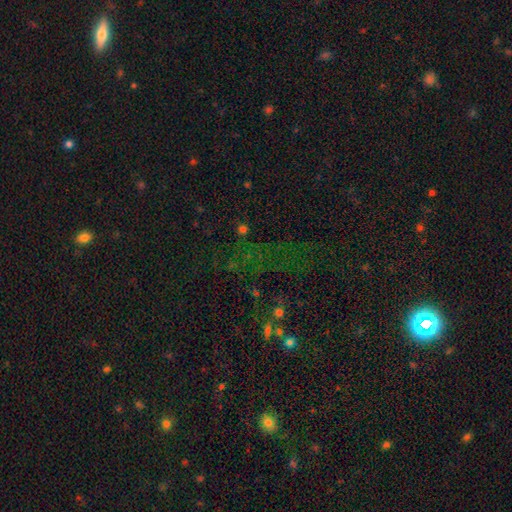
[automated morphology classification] The model was most divided on "smooth or featured": star or artifact: 68%, smooth: 21%, featured or disk: 10%.